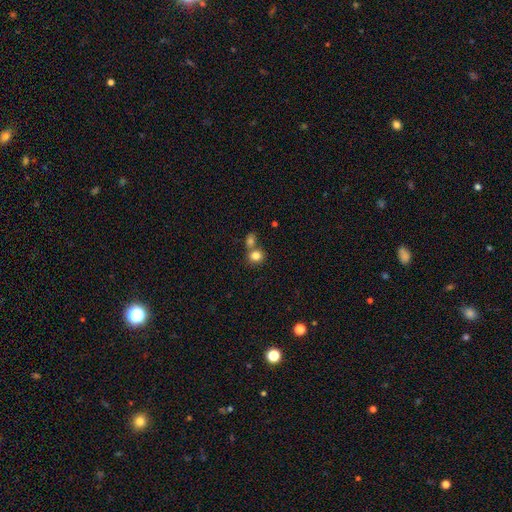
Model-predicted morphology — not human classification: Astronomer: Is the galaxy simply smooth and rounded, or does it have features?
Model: smooth — 81%.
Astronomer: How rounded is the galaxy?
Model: round — 76%.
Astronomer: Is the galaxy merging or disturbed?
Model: none — 48% (runner-up: merger, 41%).